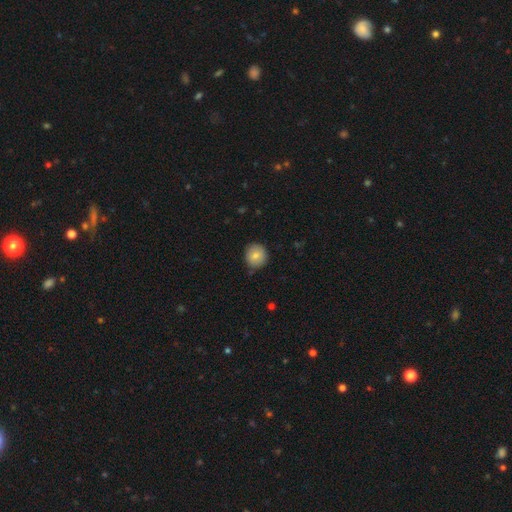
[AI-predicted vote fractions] smooth 79%, featured or disk 12%, star or artifact 8%. Down the decision tree: how rounded — round (91%); merging — none (81%).